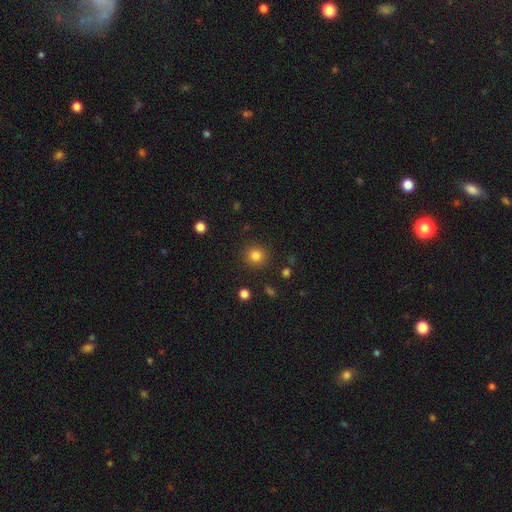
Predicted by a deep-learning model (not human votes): A smooth galaxy with no disk features (83%) that is round (91%).

Vote fractions:
- Smooth or featured? smooth: 83% / star or artifact: 12% / featured or disk: 5%
- How rounded? round: 91% / in between: 8% / cigar-shaped: 1%
- Merging? none: 89% / minor disturbance: 6% / major disturbance: 3% / merger: 2%